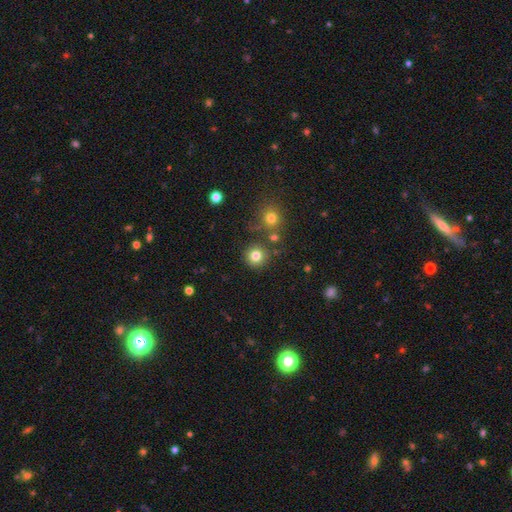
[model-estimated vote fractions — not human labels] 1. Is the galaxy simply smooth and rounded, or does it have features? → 81% smooth, 13% star or artifact, 6% featured or disk.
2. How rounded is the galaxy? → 93% round, 6% in between, 1% cigar-shaped.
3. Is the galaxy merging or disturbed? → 82% none, 8% minor disturbance, 7% merger, 3% major disturbance.